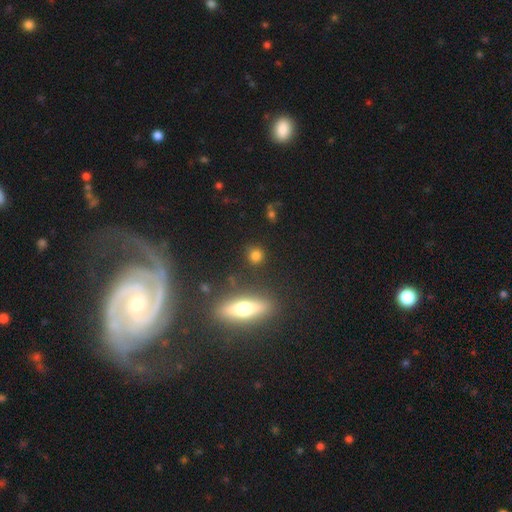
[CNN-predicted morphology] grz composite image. It shows a smooth galaxy with no disk features (75%) that is round (81%). Merging: none (84%).